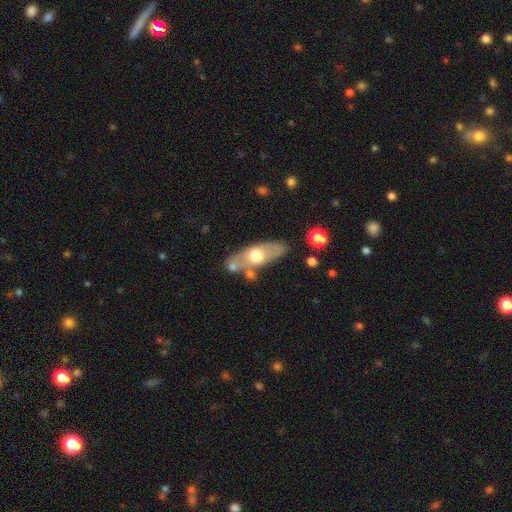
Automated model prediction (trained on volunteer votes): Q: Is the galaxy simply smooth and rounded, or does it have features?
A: smooth — 53%.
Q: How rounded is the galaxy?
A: in between — 65%.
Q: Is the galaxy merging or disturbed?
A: none — 69%.